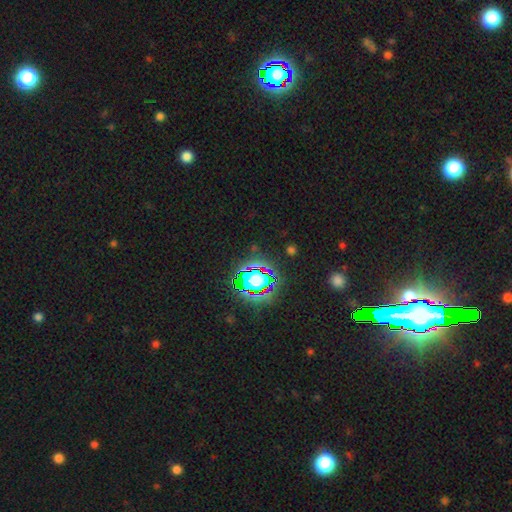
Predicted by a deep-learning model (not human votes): smooth_or_featured: star or artifact (p=0.82) [alt: smooth p=0.10]